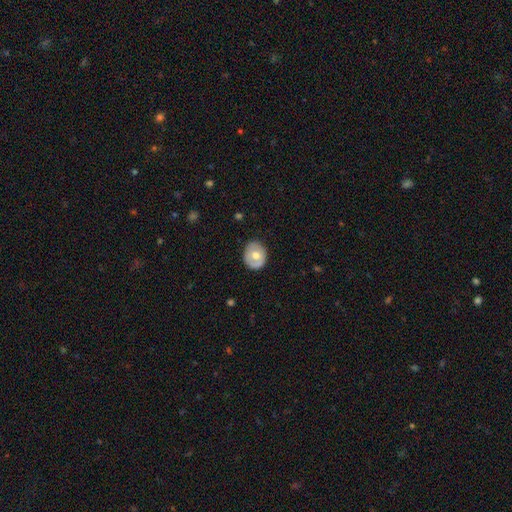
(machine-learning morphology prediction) Smooth or featured? smooth (56%)
How rounded? round (63%)
Merging? none (81%)